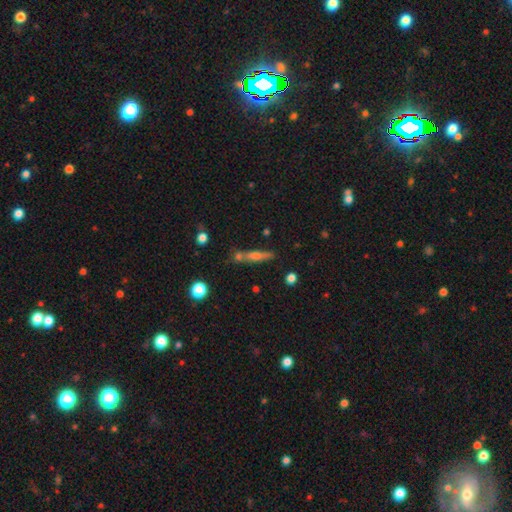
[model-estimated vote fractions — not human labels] The model was most divided on "smooth or featured": smooth: 52%, featured or disk: 36%, star or artifact: 12%. More confident: how rounded — cigar-shaped (85%); merging — none (70%).